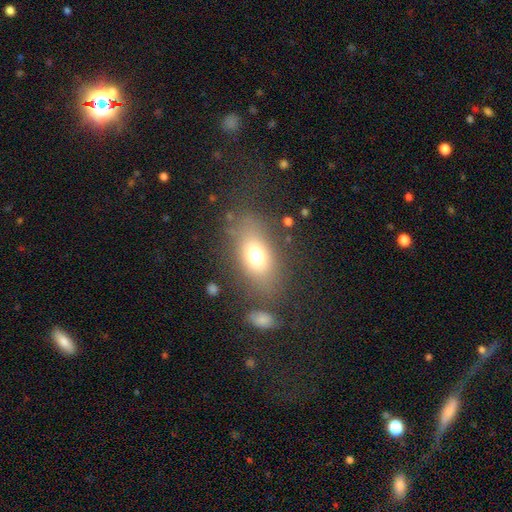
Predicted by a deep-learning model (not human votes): smooth 69%, featured or disk 17%, star or artifact 13%. Down the decision tree: how rounded — in between (75%); merging — none (74%).